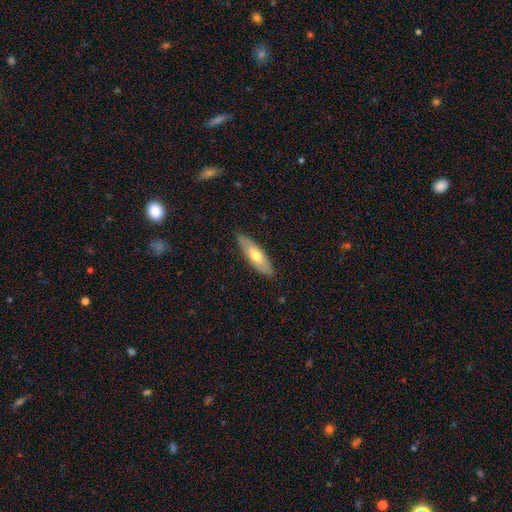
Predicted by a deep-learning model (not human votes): The model was most divided on "how rounded" (2-way tie): in between: 49%, cigar-shaped: 49%, round: 2%. More confident: merging — none (85%); smooth or featured — smooth (57%).